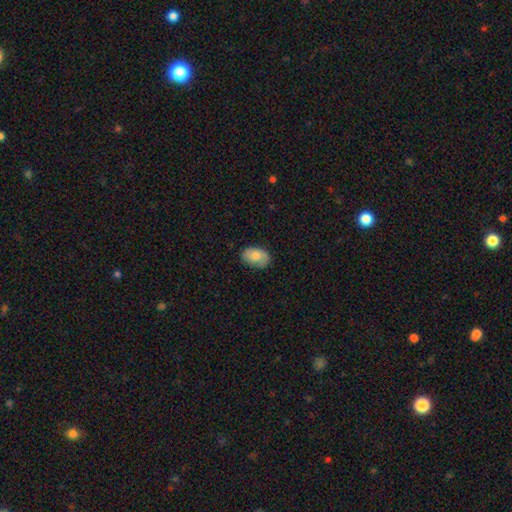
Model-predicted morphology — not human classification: This appears to be a smooth galaxy with no disk features (81%) that is in between round and cigar-shaped (88%). Merging: none (77%).